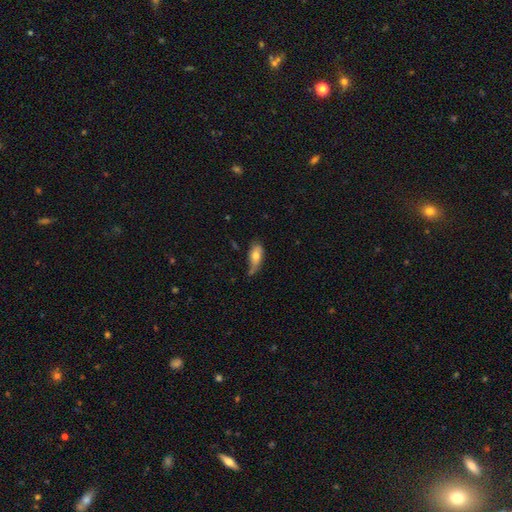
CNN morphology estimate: Overall: smooth (63%; featured or disk 30%). How rounded: in between (80%). Merging: none (40%; minor disturbance 38%).